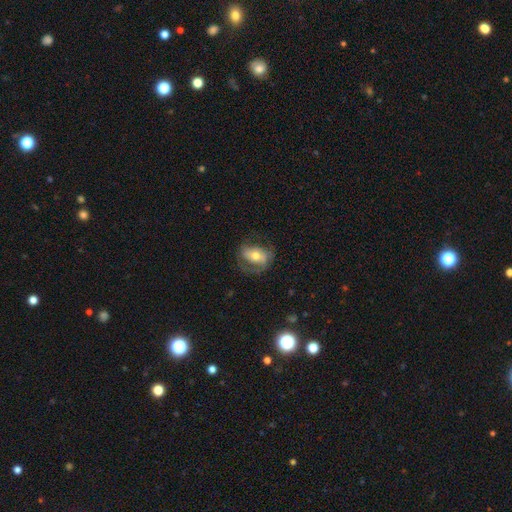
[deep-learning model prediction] A featured or disk galaxy (50%).

Vote fractions:
- Smooth or featured? featured or disk: 50% / smooth: 43% / star or artifact: 8%
- Merging? none: 55% / minor disturbance: 24% / major disturbance: 19% / merger: 1%